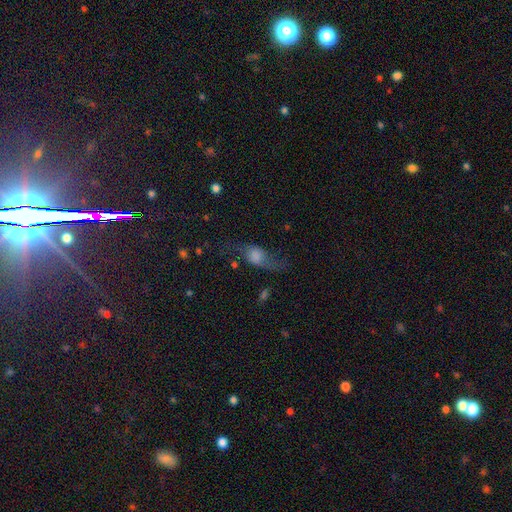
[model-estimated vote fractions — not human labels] smooth-or-featured: featured or disk: 50% | smooth: 36% | star or artifact: 14%
  disk-edge-on: no: 70% | yes: 30%
  merging: none: 53% | major disturbance: 23% | minor disturbance: 20% | merger: 3%